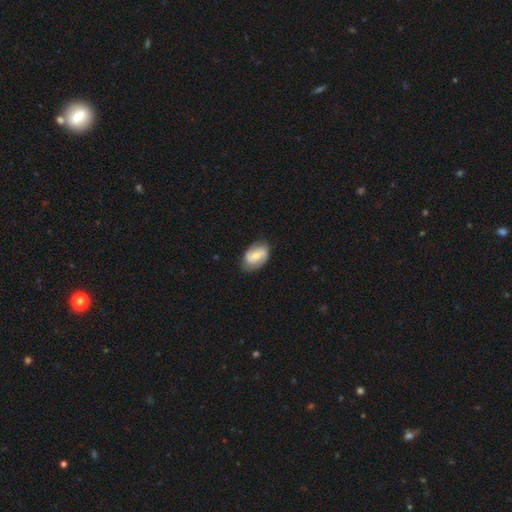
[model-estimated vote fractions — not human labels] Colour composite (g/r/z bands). It shows a featured or disk galaxy (58%) with a weak bar (44%), spiral arms (85%) and a small central bulge (47%). Merging: none (79%).